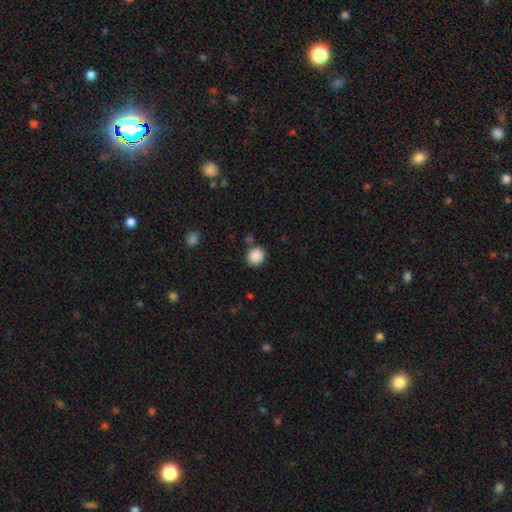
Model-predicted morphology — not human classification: smooth-or-featured: smooth: 88% | star or artifact: 8% | featured or disk: 3%
  how-rounded: round: 73% | in between: 26% | cigar-shaped: 1%
  merging: none: 82% | minor disturbance: 11% | merger: 5% | major disturbance: 3%